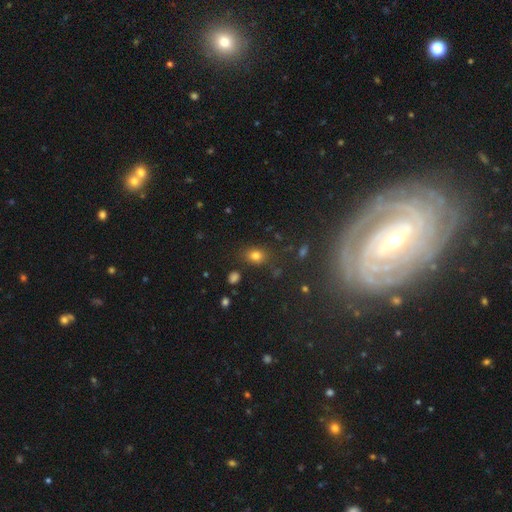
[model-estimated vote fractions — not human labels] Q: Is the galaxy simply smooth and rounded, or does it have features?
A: smooth — 76%.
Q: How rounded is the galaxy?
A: in between — 54%.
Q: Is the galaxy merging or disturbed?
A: none — 79%.